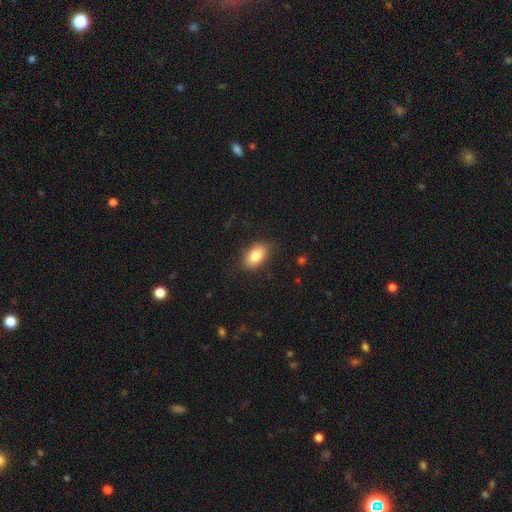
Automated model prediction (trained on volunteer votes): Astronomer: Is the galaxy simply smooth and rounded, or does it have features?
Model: smooth — 84%.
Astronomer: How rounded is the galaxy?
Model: in between — 91%.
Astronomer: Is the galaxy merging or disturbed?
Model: none — 81%.